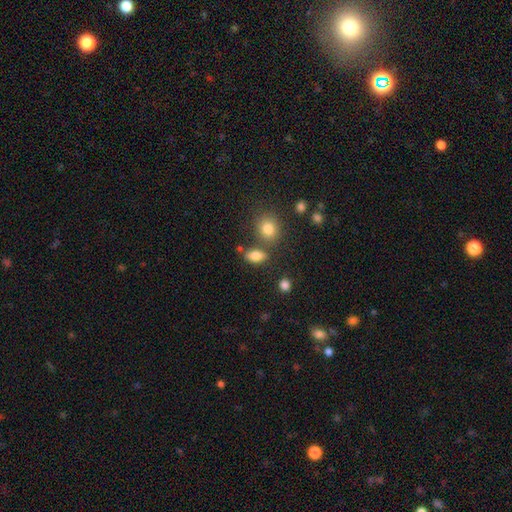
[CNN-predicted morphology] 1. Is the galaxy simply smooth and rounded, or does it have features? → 81% smooth, 10% star or artifact, 9% featured or disk.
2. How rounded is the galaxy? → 83% in between, 13% round, 4% cigar-shaped.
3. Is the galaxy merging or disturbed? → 69% none, 13% merger, 13% minor disturbance, 4% major disturbance.